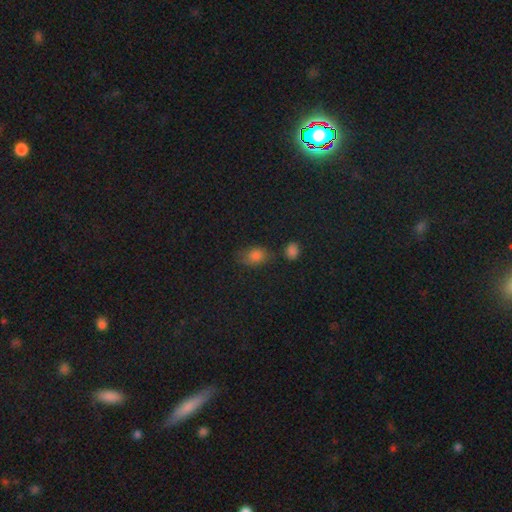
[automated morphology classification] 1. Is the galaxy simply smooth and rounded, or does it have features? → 78% smooth, 14% star or artifact, 7% featured or disk.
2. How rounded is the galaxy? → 74% in between, 24% round, 2% cigar-shaped.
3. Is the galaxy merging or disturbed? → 63% none, 22% minor disturbance, 8% merger, 7% major disturbance.